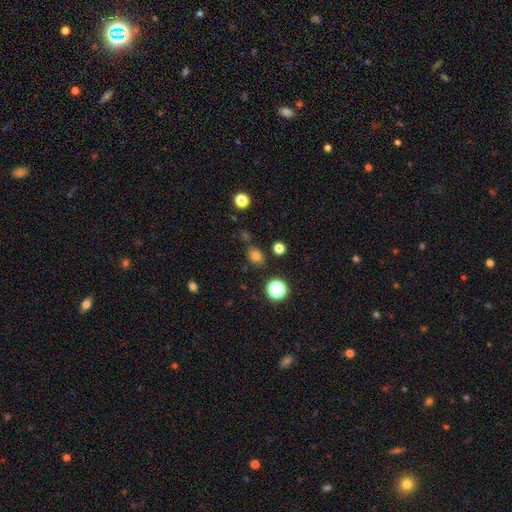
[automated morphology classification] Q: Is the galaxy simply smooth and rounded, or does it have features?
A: smooth — 76%.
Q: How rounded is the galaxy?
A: in between — 51%.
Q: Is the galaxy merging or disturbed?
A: none — 77%.